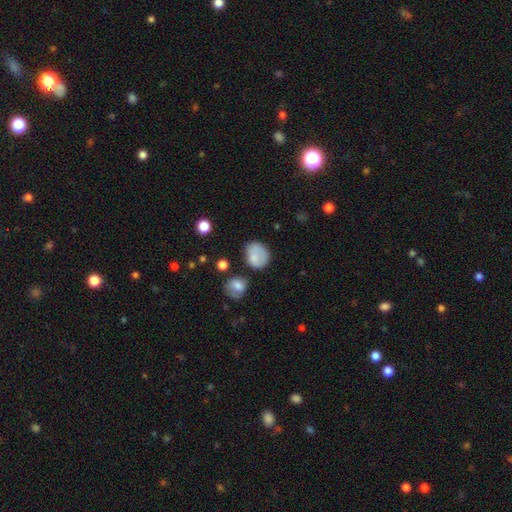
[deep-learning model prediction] Smooth or featured?
  - smooth: 81% *
  - featured or disk: 10%
  - star or artifact: 9%
How rounded?
  - round: 61% *
  - in between: 38%
  - cigar-shaped: 1%
Merging?
  - none: 57% *
  - minor disturbance: 28%
  - major disturbance: 10%
  - merger: 6%